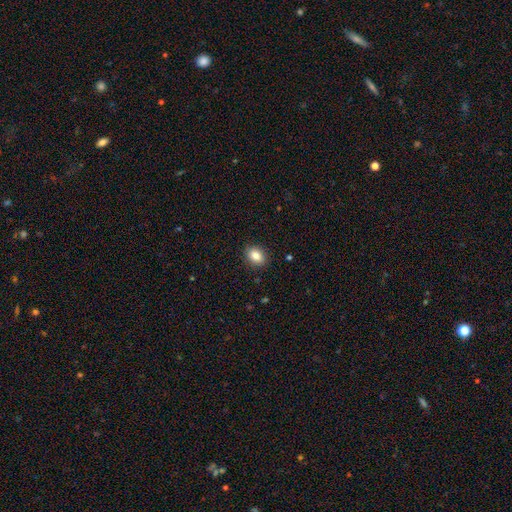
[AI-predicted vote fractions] smooth 85%, star or artifact 8%, featured or disk 6%. Down the decision tree: how rounded — in between (73%); merging — none (89%).